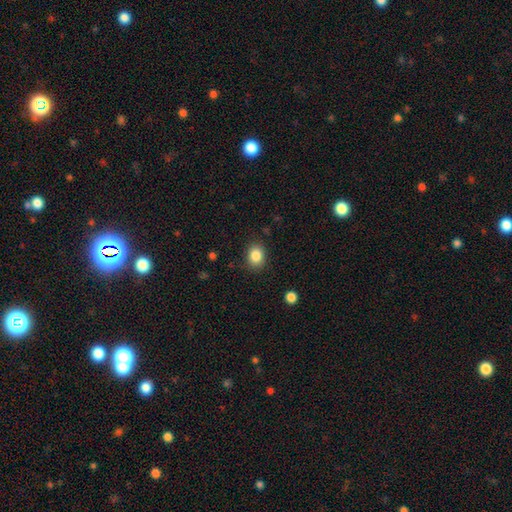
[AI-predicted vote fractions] Smooth or featured? Predicted: smooth (p=0.86). How rounded? Predicted: round (p=0.51). Merging? Predicted: none (p=0.85).